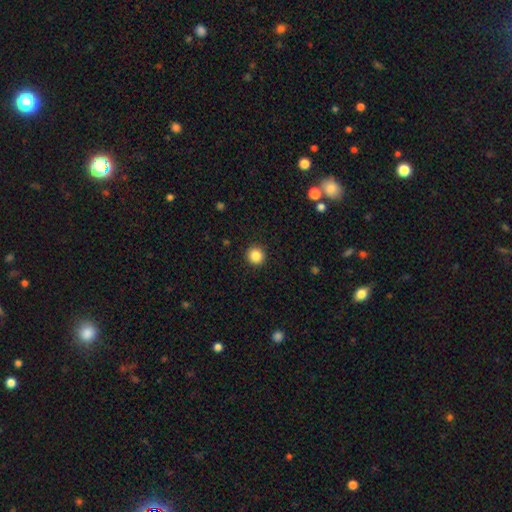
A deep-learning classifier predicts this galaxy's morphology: smooth-or-featured: smooth: 86% | star or artifact: 10% | featured or disk: 4%
  how-rounded: round: 94% | in between: 5% | cigar-shaped: 1%
  merging: none: 93% | minor disturbance: 5% | major disturbance: 2% | merger: 1%